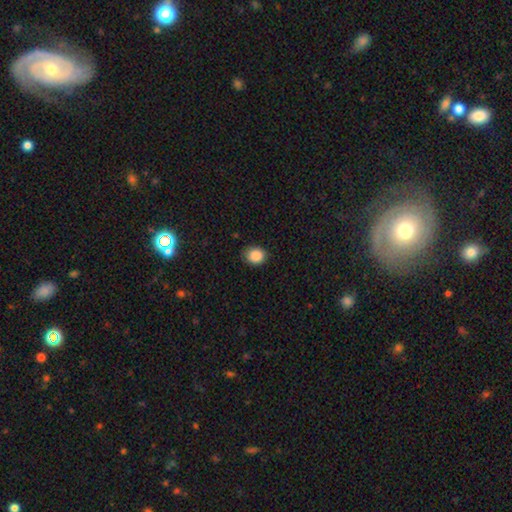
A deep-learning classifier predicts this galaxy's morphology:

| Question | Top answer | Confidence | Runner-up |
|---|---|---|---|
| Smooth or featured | smooth | 88% | star or artifact (9%) |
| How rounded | round | 65% | in between (34%) |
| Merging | none | 83% | minor disturbance (13%) |